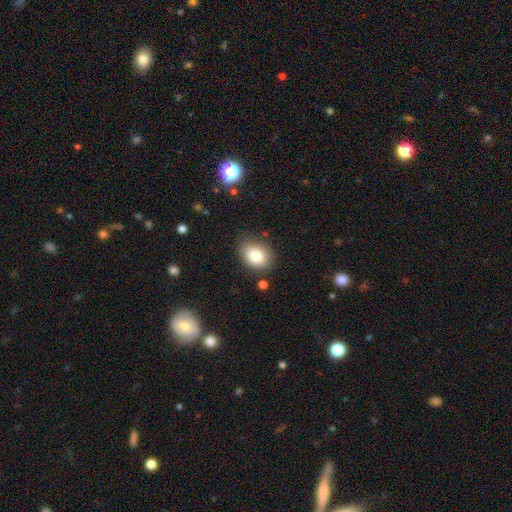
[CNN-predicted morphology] Overall: smooth (82%). How rounded: in between (68%; round 31%). Merging: none (79%).